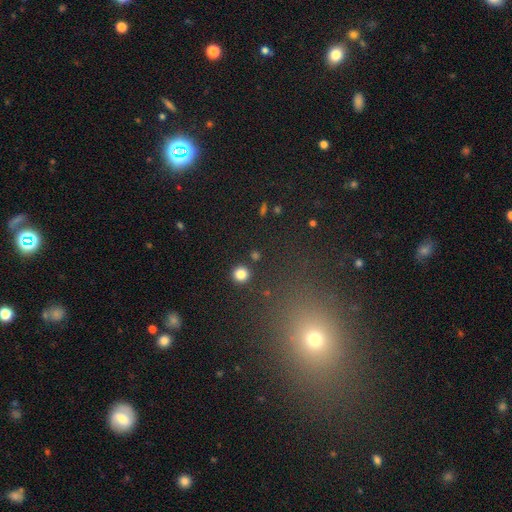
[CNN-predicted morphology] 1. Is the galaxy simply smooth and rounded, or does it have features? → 67% smooth, 27% star or artifact, 6% featured or disk.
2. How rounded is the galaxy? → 90% round, 9% in between, 1% cigar-shaped.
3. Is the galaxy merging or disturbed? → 89% none, 5% minor disturbance, 3% merger, 3% major disturbance.